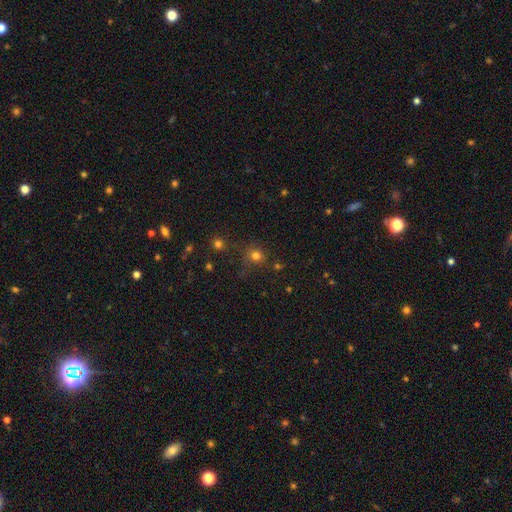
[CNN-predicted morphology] Smooth or featured? Predicted: smooth (p=0.73). How rounded? Predicted: round (p=0.85). Merging? Predicted: none (p=0.74).